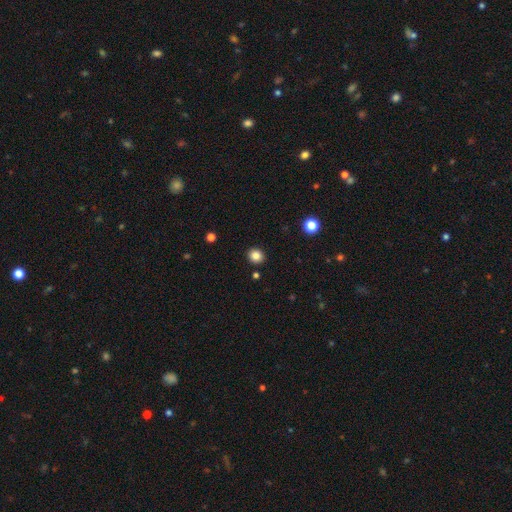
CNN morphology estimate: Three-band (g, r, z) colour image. It shows a smooth galaxy with no disk features (84%) that is round (86%). Merging: none (91%).